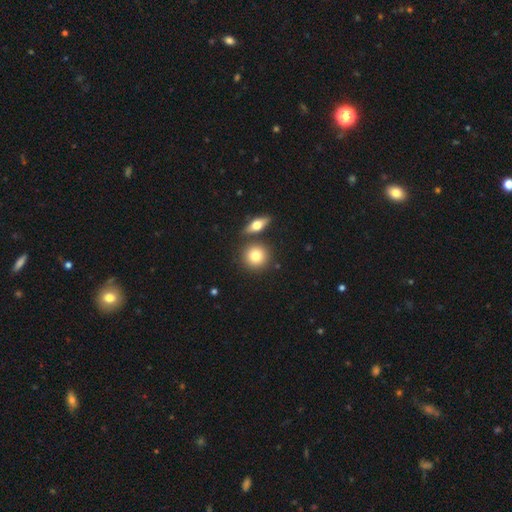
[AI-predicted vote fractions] The model was most divided on "merging": none: 76%, merger: 13%, minor disturbance: 8%, major disturbance: 2%. More confident: how rounded — round (87%); smooth or featured — smooth (79%).